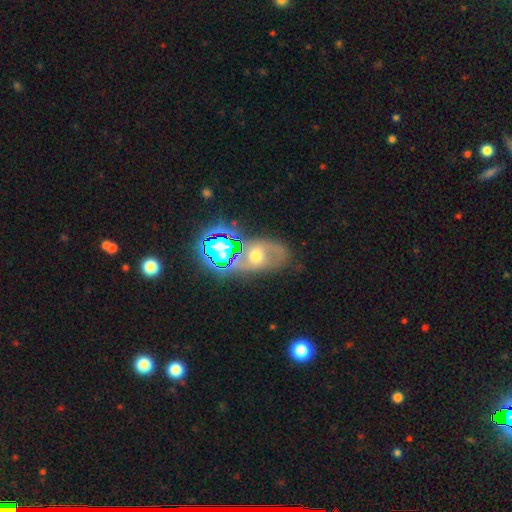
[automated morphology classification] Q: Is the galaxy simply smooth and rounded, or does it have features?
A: featured or disk — 46%.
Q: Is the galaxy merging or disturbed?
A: none — 61%.